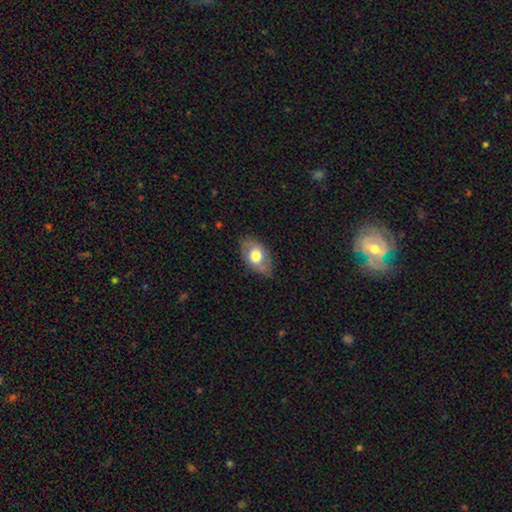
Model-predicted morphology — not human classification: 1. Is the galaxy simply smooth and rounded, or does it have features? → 66% smooth, 27% featured or disk, 7% star or artifact.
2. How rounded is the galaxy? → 88% in between, 10% round, 2% cigar-shaped.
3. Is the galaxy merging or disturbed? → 72% none, 22% minor disturbance, 5% major disturbance, 1% merger.